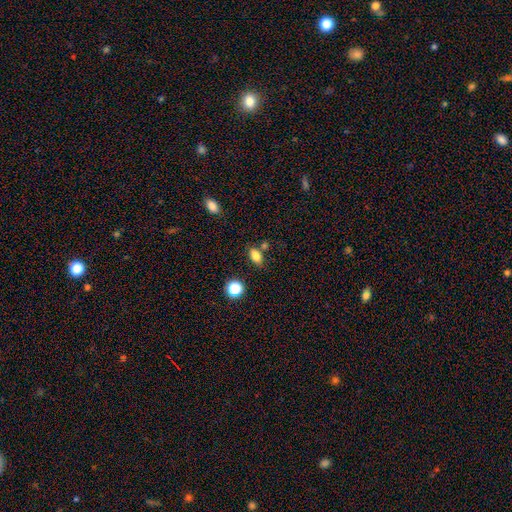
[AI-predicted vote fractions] smooth 82%, star or artifact 12%, featured or disk 6%. Down the decision tree: how rounded — in between (84%); merging — none (69%).